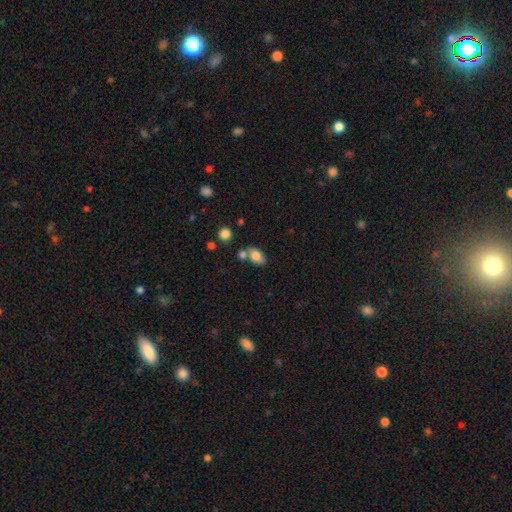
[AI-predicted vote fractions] Q: Smooth or featured?
A: smooth (80%); runner-up: featured or disk (12%)
Q: How rounded?
A: in between (86%); runner-up: round (12%)
Q: Merging?
A: none (57%); runner-up: merger (24%)